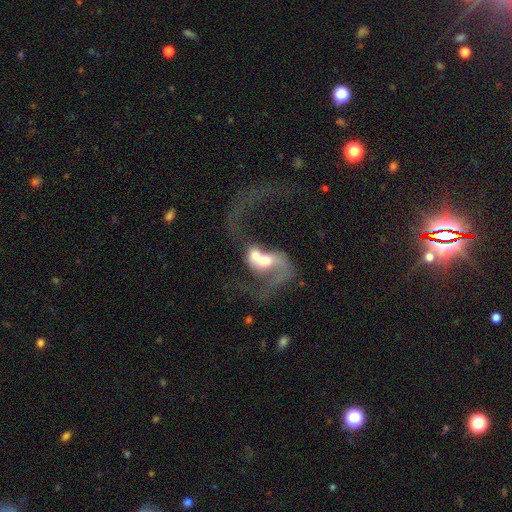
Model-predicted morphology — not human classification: smooth-or-featured: featured or disk: 65% | smooth: 27% | star or artifact: 8%
  disk-edge-on: no: 96% | yes: 4%
    bar: no: 65% | weak: 25% | strong: 10%
    has-spiral-arms: yes: 68% | no: 32%
    bulge-size: moderate: 46% | large: 30% | small: 11% | dominant: 8% | none: 5%
  merging: merger: 74% | major disturbance: 15% | none: 7% | minor disturbance: 4%